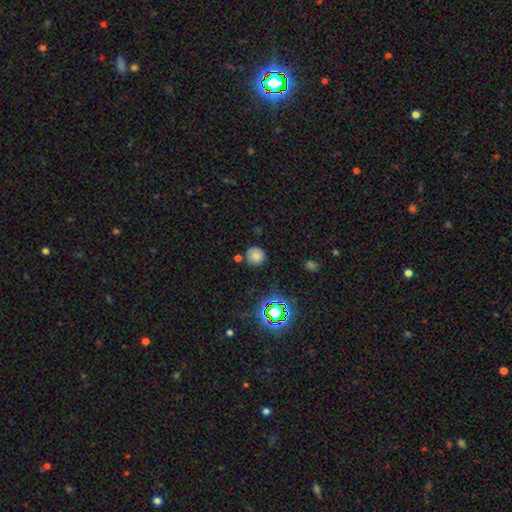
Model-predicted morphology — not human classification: This appears to be a smooth galaxy with no disk features (70%) that is round (92%). Merging: none (82%).